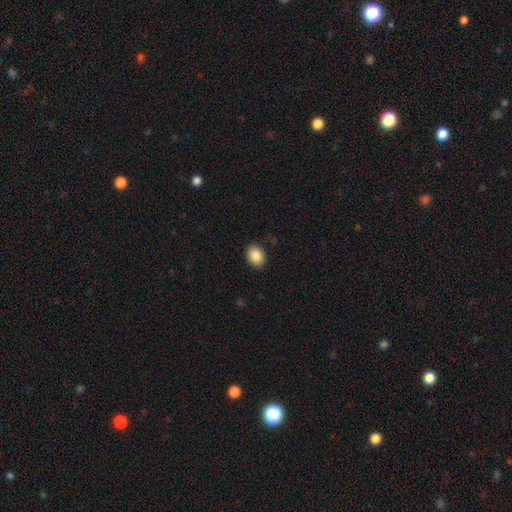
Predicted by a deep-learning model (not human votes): smooth-or-featured: smooth: 87% | star or artifact: 8% | featured or disk: 5%
  how-rounded: in between: 60% | round: 39% | cigar-shaped: 1%
  merging: none: 88% | minor disturbance: 9% | major disturbance: 2% | merger: 1%